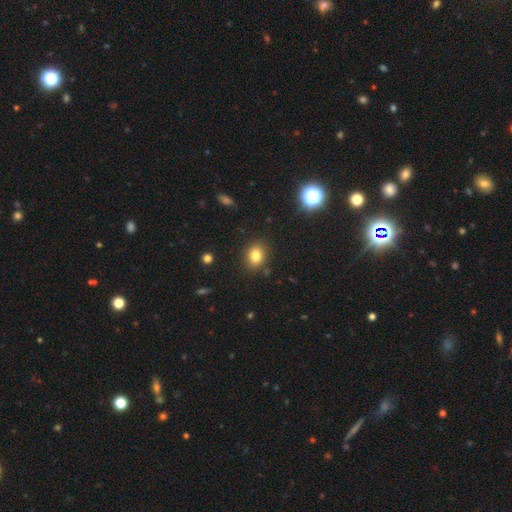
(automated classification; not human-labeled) smooth-or-featured: smooth: 81% | star or artifact: 12% | featured or disk: 7%
  how-rounded: round: 51% | in between: 48% | cigar-shaped: 1%
  merging: none: 87% | minor disturbance: 9% | major disturbance: 2% | merger: 2%